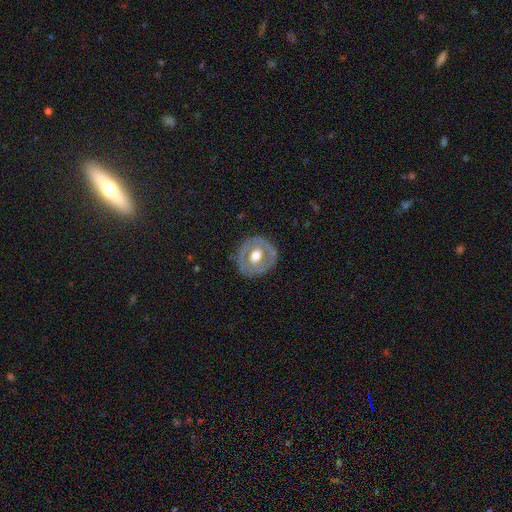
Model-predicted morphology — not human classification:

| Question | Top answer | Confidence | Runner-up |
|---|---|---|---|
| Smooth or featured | featured or disk | 58% | smooth (36%) |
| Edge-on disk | no | 95% | yes (5%) |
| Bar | no | 69% | weak (23%) |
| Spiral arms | no | 82% | yes (18%) |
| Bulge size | moderate | 62% | large (32%) |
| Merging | none | 78% | minor disturbance (15%) |